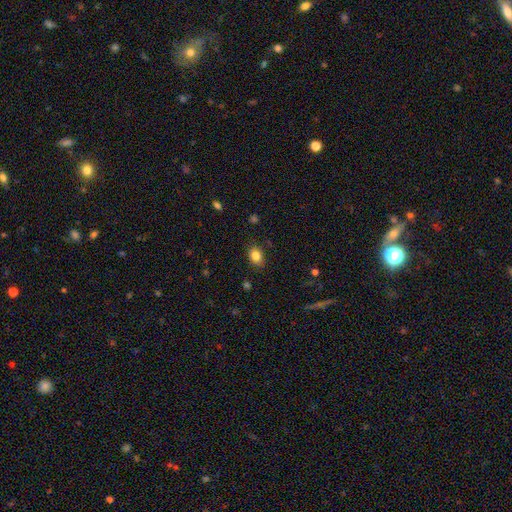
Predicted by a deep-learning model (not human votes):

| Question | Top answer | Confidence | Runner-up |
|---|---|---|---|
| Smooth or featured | smooth | 84% | star or artifact (10%) |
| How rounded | in between | 70% | round (29%) |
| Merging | none | 85% | minor disturbance (11%) |